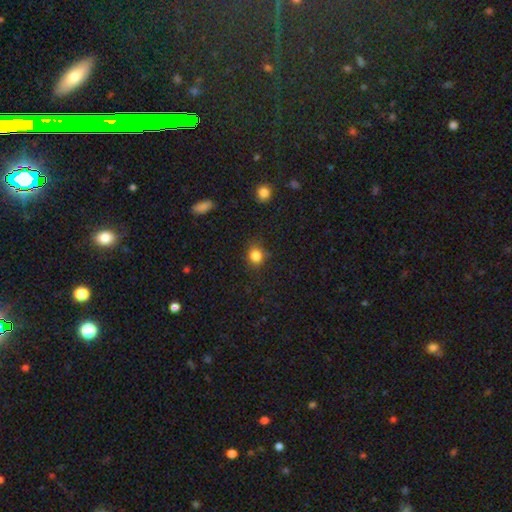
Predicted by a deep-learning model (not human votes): The model was most divided on "how rounded": round: 73%, in between: 26%, cigar-shaped: 1%. More confident: smooth or featured — smooth (83%); merging — none (78%).